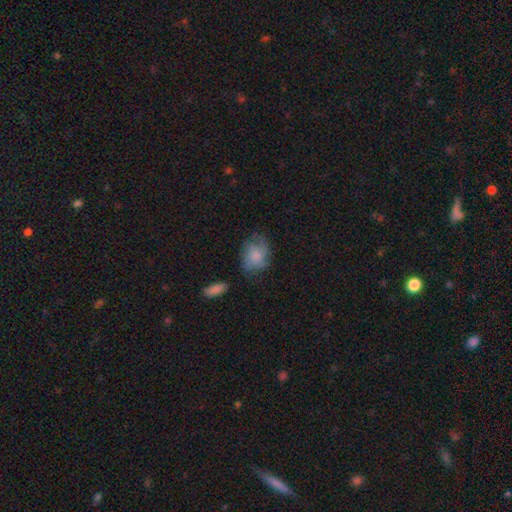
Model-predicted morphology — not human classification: Smooth or featured: smooth — 61% (featured or disk — 31%)
How rounded: in between — 62% (round — 36%)
Merging: none — 55% (minor disturbance — 27%)